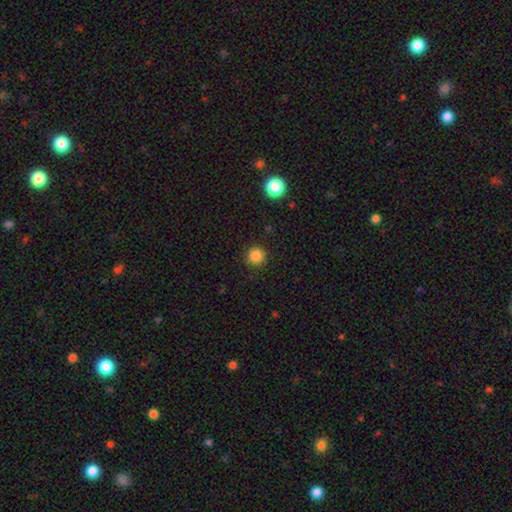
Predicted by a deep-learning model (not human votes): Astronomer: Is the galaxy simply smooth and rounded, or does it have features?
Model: smooth — 85%.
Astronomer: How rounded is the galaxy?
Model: round — 95%.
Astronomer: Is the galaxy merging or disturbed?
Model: none — 90%.